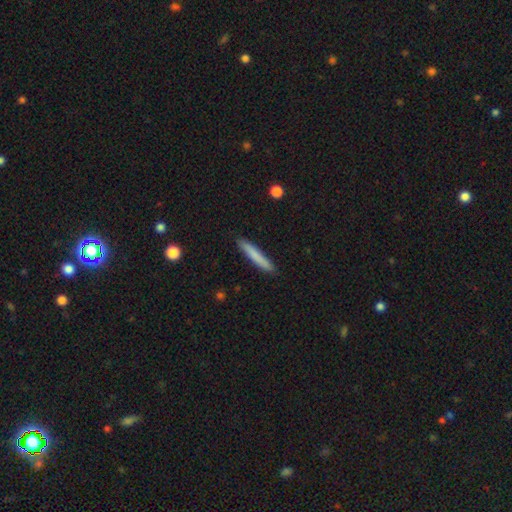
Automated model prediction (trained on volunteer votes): This is likely a smooth galaxy (78%). How rounded: clearly cigar-shaped (95%). Merging: clearly none (89%).